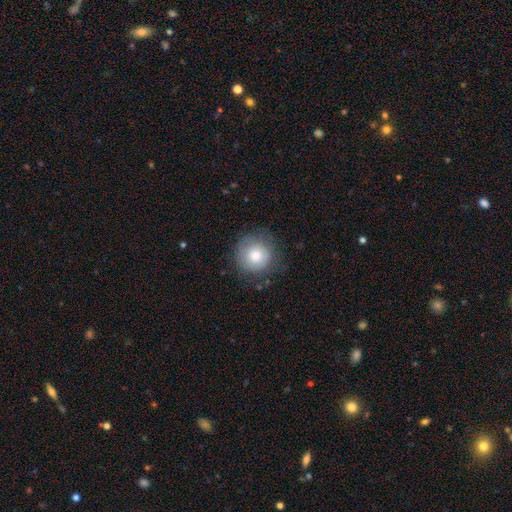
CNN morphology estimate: smooth 78%, featured or disk 14%, star or artifact 8%. Down the decision tree: how rounded — round (94%); merging — none (73%).